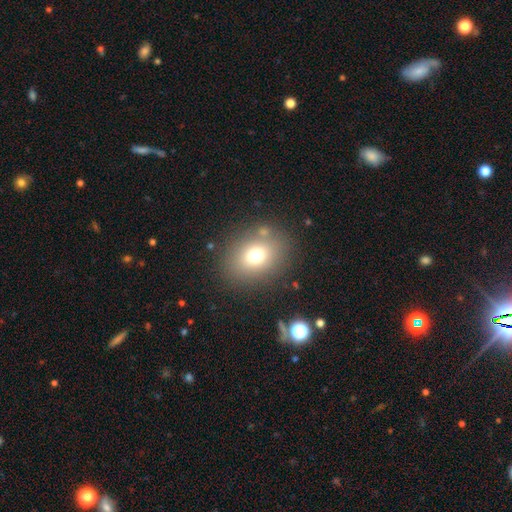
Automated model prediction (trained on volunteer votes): Smooth or featured? smooth (72%)
How rounded? round (52%)
Merging? none (81%)